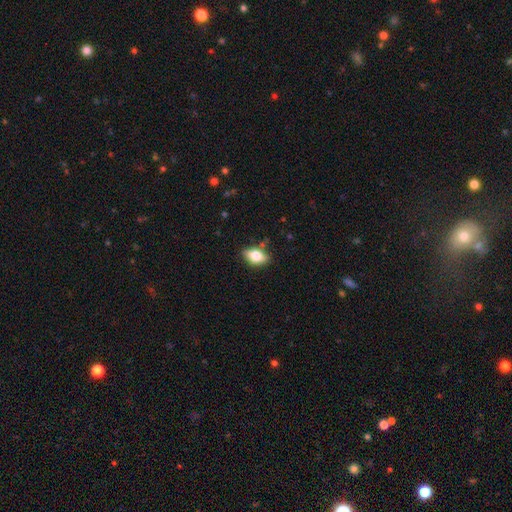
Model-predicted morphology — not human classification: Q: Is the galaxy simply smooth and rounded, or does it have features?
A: smooth — 73%.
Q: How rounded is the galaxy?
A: in between — 84%.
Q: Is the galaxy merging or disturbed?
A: none — 78%.